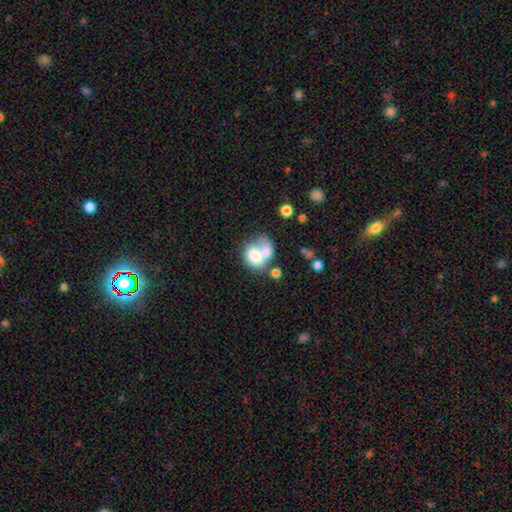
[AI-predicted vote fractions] Smooth or featured?
  - smooth: 67% *
  - featured or disk: 25%
  - star or artifact: 9%
How rounded?
  - in between: 62% *
  - round: 37%
  - cigar-shaped: 1%
Merging?
  - merger: 60% *
  - none: 18%
  - major disturbance: 11%
  - minor disturbance: 10%